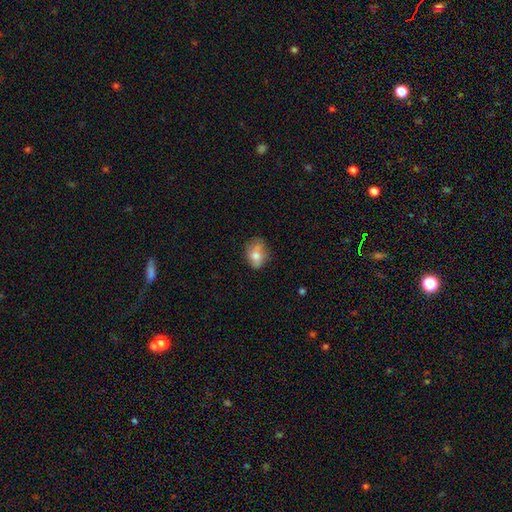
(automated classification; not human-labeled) This is likely a smooth galaxy (72%). How rounded: likely in between (72%). Merging: possibly none (57%).